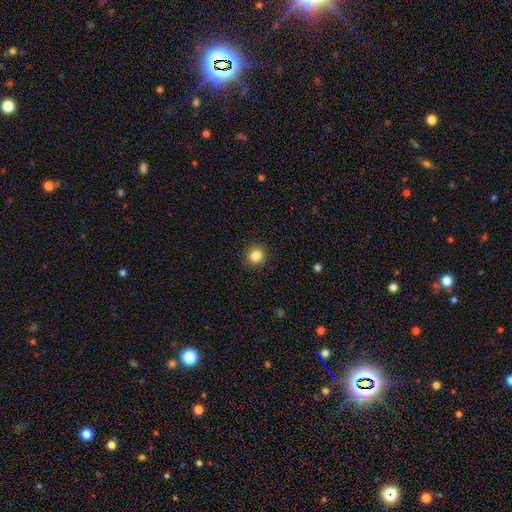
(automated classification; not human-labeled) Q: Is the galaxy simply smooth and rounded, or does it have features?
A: smooth — 85%.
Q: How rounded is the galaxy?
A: round — 90%.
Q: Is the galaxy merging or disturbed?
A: none — 91%.